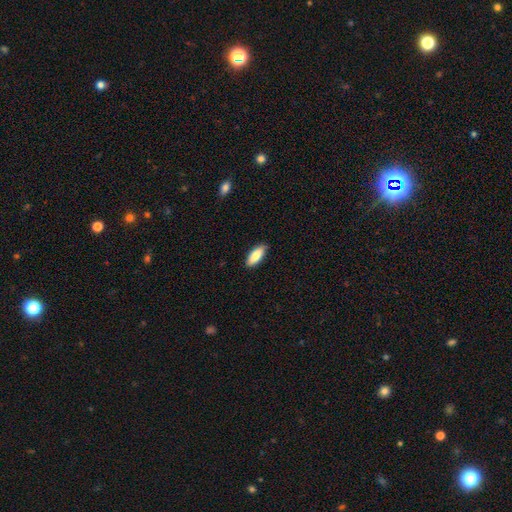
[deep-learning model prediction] The model was most divided on "how rounded": in between: 80%, cigar-shaped: 18%, round: 2%. More confident: merging — none (86%); smooth or featured — smooth (83%).